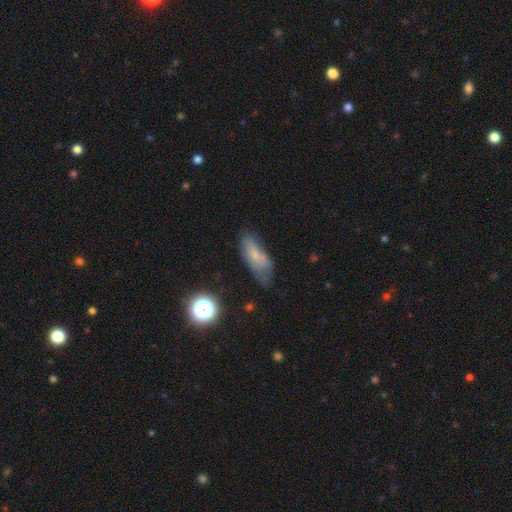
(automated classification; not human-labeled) Smooth or featured? Predicted: smooth (p=0.64). How rounded? Predicted: in between (p=0.73). Merging? Predicted: none (p=0.51).